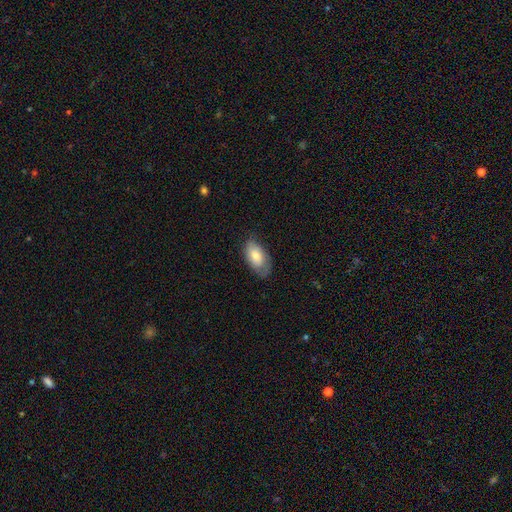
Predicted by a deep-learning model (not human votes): Morphology: type=smooth (71%); roundness=in between (93%); merging=none (67%).